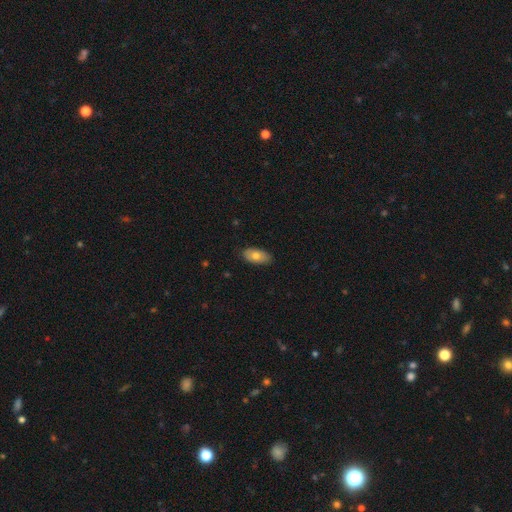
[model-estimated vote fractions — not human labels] smooth_or_featured: smooth (p=0.73) [alt: featured or disk p=0.20]
how_rounded: in between (p=0.93) [alt: cigar-shaped p=0.04]
merging: none (p=0.86) [alt: minor disturbance p=0.11]